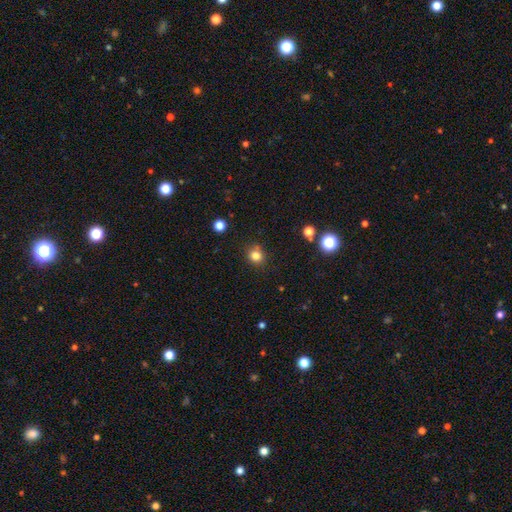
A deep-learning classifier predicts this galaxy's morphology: A smooth galaxy with no disk features (81%) that is round (81%). Merging: none (79%).